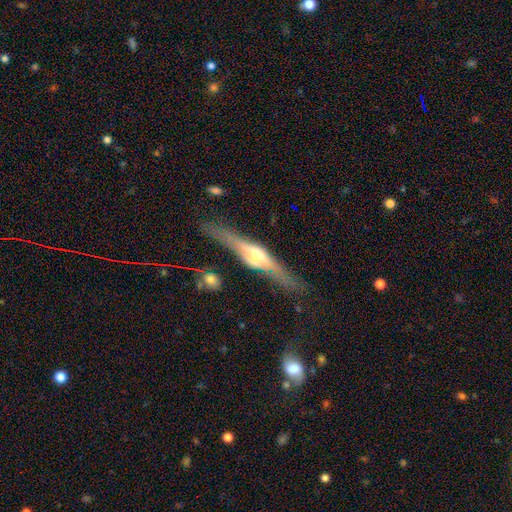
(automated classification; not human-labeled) smooth-or-featured: featured or disk: 78% | smooth: 16% | star or artifact: 6%
  disk-edge-on: yes: 95% | no: 5%
    edge-on-bulge: rounded: 86% | boxy: 10% | none: 4%
  merging: none: 82% | minor disturbance: 12% | major disturbance: 3% | merger: 2%